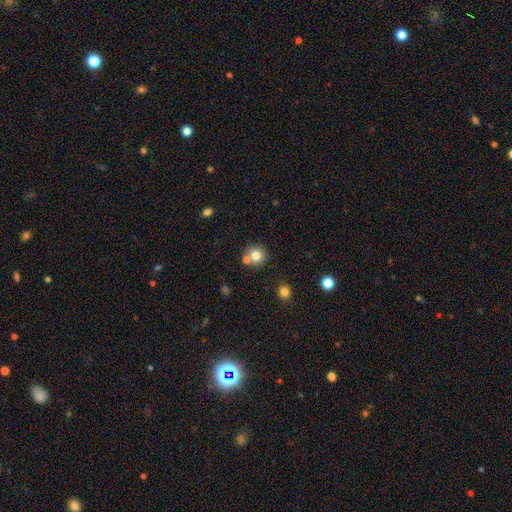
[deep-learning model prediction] Smooth or featured? smooth (77%)
How rounded? round (92%)
Merging? none (65%)